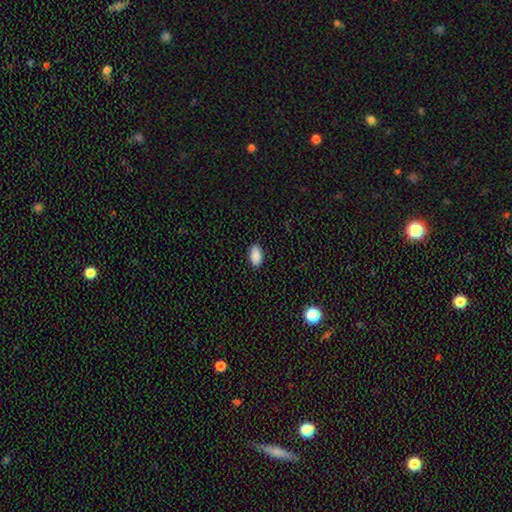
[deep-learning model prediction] smooth-or-featured: smooth: 89% | star or artifact: 7% | featured or disk: 3%
  how-rounded: in between: 93% | round: 4% | cigar-shaped: 3%
  merging: none: 89% | minor disturbance: 8% | major disturbance: 2% | merger: 1%